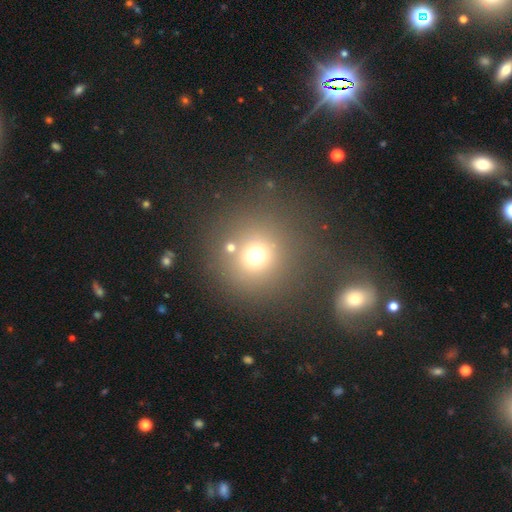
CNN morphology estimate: Smooth or featured? smooth (67%)
How rounded? round (92%)
Merging? none (74%)